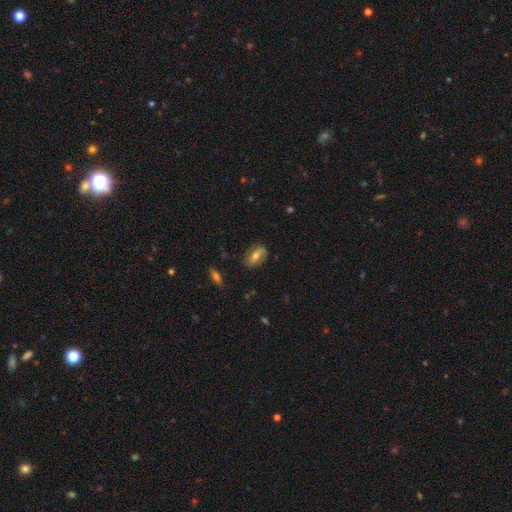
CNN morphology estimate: The model was most divided on "smooth or featured": smooth: 51%, featured or disk: 40%, star or artifact: 9%. More confident: how rounded — in between (84%); merging — none (76%).